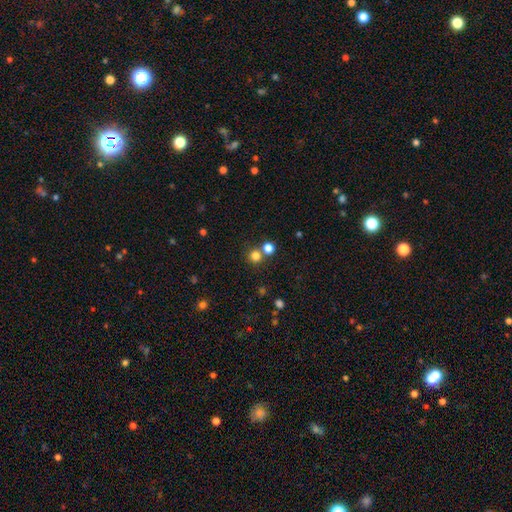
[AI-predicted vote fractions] Smooth or featured?
  - smooth: 78% *
  - star or artifact: 17%
  - featured or disk: 6%
How rounded?
  - round: 93% *
  - in between: 6%
  - cigar-shaped: 1%
Merging?
  - none: 68% *
  - merger: 24%
  - minor disturbance: 6%
  - major disturbance: 3%